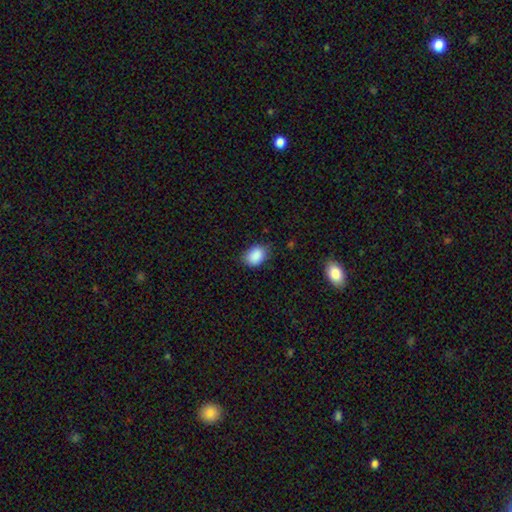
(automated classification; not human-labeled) A smooth galaxy with no disk features (89%) that is in between round and cigar-shaped (72%). Merging: none (75%).